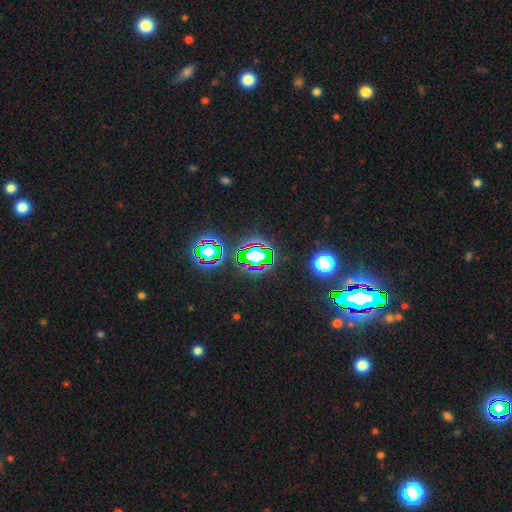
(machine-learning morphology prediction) type=star or artifact (69%).